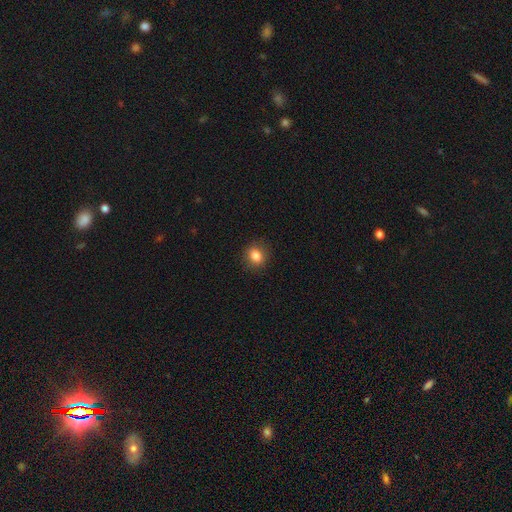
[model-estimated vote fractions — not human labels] The model was most divided on "how rounded": round: 54%, in between: 45%, cigar-shaped: 1%. More confident: merging — none (87%); smooth or featured — smooth (84%).